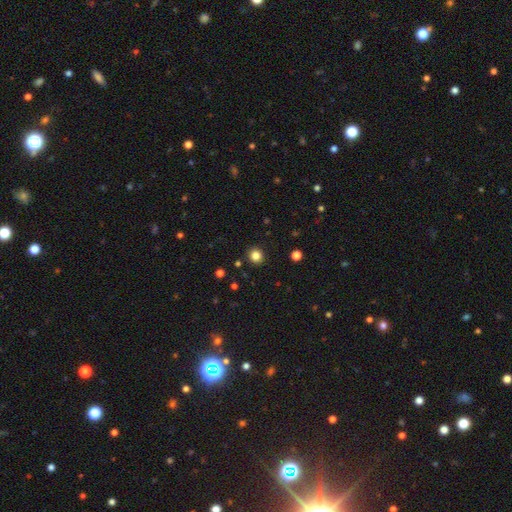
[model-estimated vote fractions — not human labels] Morphology: type=smooth (83%); roundness=round (88%); merging=none (91%).